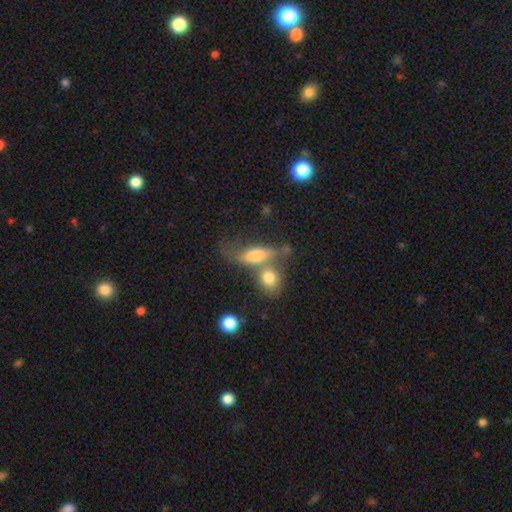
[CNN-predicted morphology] Smooth or featured?
  - smooth: 66% *
  - featured or disk: 25%
  - star or artifact: 9%
How rounded?
  - in between: 70% *
  - cigar-shaped: 19%
  - round: 11%
Merging?
  - merger: 46% *
  - none: 28%
  - minor disturbance: 14%
  - major disturbance: 13%